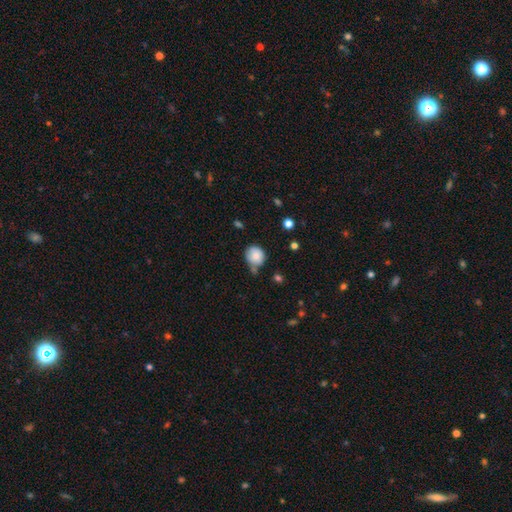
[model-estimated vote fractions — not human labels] Q: Smooth or featured?
A: smooth (84%); runner-up: star or artifact (9%)
Q: How rounded?
A: round (83%); runner-up: in between (16%)
Q: Merging?
A: none (58%); runner-up: minor disturbance (25%)